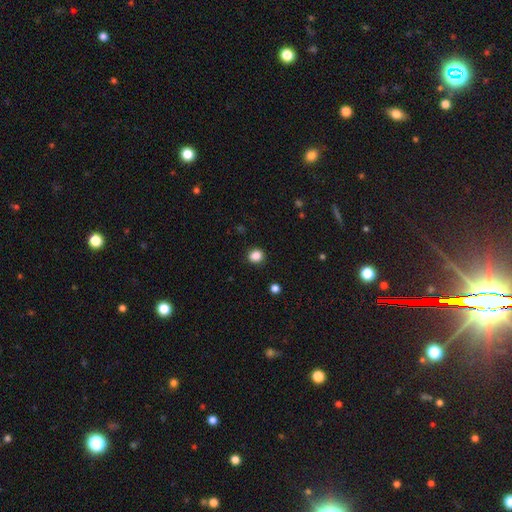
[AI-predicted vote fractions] smooth 86%, star or artifact 11%, featured or disk 3%. Down the decision tree: how rounded — round (81%); merging — none (91%).